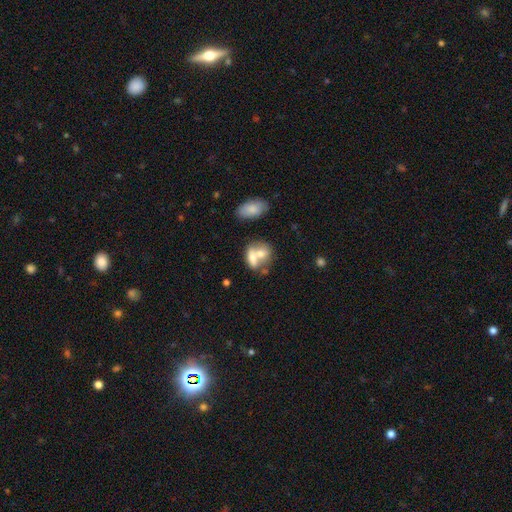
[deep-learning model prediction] The model was most divided on "how rounded": in between: 65%, round: 30%, cigar-shaped: 5%. More confident: smooth or featured — smooth (66%); merging — merger (61%).